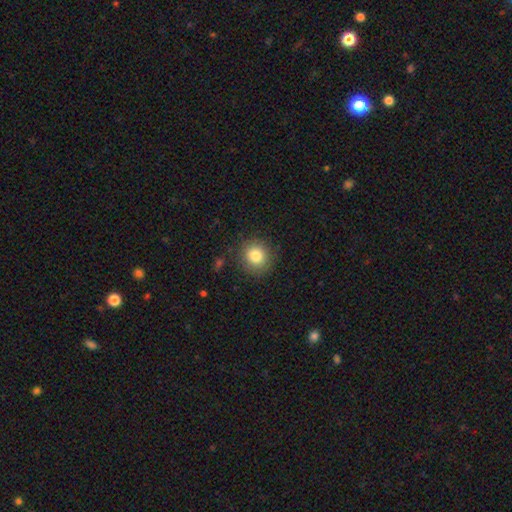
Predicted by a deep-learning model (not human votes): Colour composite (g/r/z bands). It shows a smooth galaxy with no disk features (82%) that is round (89%). Merging: none (87%).